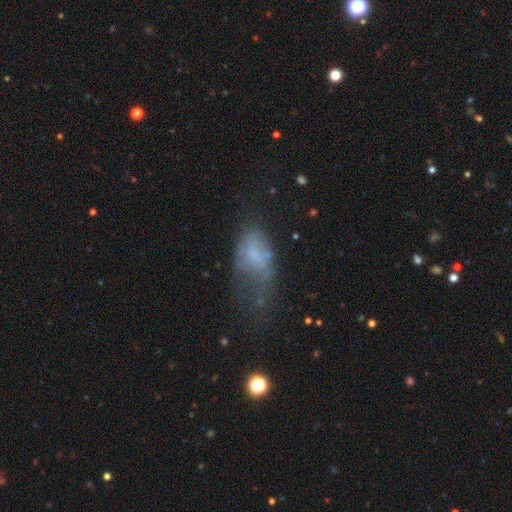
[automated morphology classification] Smooth or featured?
  - smooth: 50% *
  - featured or disk: 34%
  - star or artifact: 16%
How rounded?
  - in between: 86% *
  - round: 7%
  - cigar-shaped: 6%
Merging?
  - major disturbance: 45% *
  - minor disturbance: 25%
  - none: 23%
  - merger: 6%